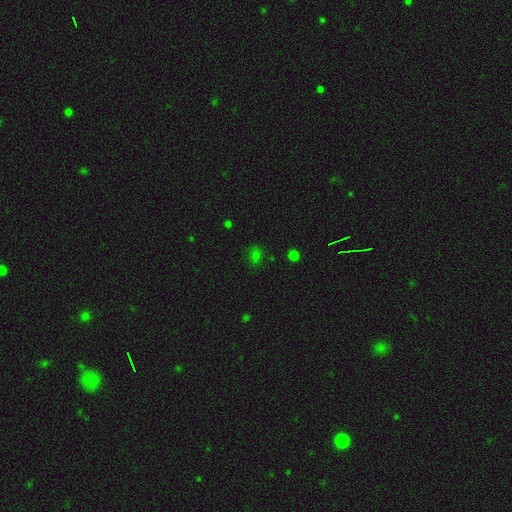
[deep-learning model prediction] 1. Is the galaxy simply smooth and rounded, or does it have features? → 66% smooth, 27% star or artifact, 7% featured or disk.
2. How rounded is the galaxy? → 53% in between, 45% round, 2% cigar-shaped.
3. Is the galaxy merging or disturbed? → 76% none, 16% minor disturbance, 6% major disturbance, 3% merger.